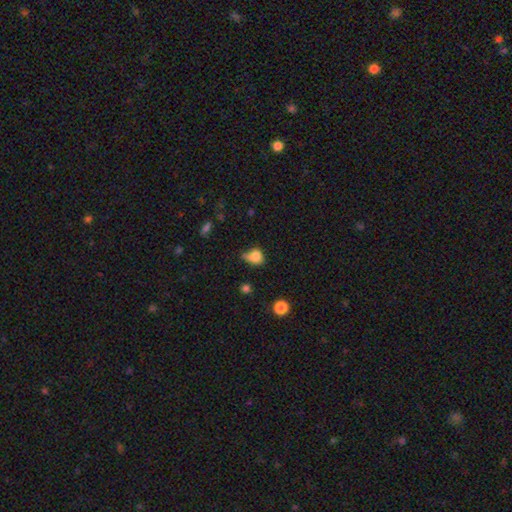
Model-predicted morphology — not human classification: The model was most divided on "merging": minor disturbance: 37%, none: 30%, major disturbance: 22%, merger: 12%. More confident: smooth or featured — smooth (77%); how rounded — in between (55%).